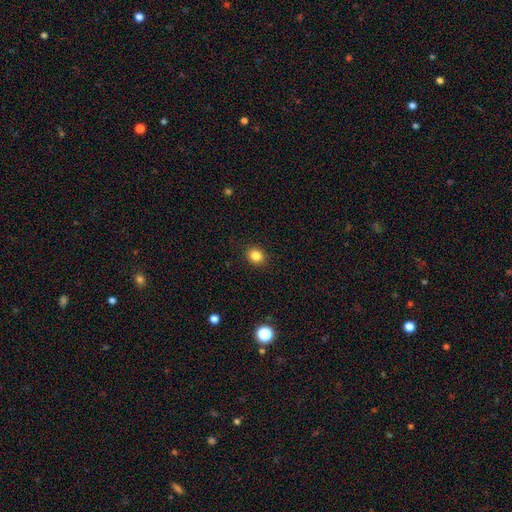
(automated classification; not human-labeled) This is clearly a smooth galaxy (83%). How rounded: likely round (70%). Merging: clearly none (91%).